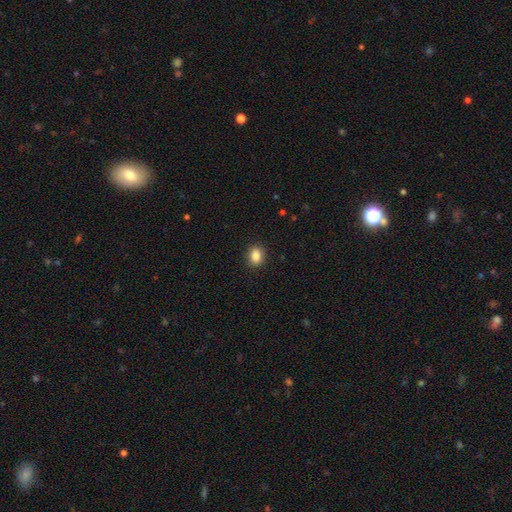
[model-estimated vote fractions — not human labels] The model was most divided on "how rounded": in between: 60%, round: 39%, cigar-shaped: 1%. More confident: merging — none (90%); smooth or featured — smooth (86%).